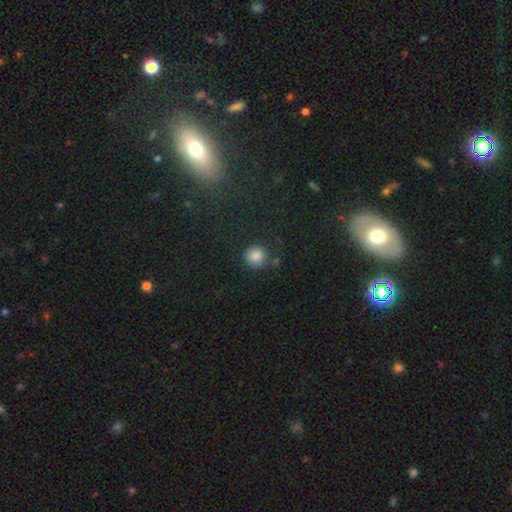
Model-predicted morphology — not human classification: smooth 82%, star or artifact 13%, featured or disk 5%. Down the decision tree: how rounded — round (91%); merging — none (77%).